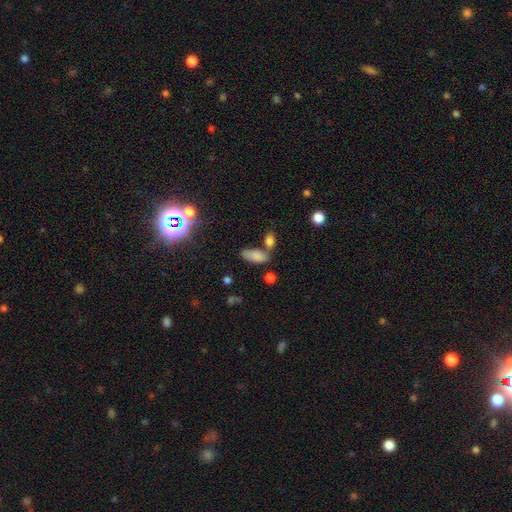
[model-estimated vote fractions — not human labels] Morphology: type=smooth (80%); roundness=in between (83%); merging=none (55%).